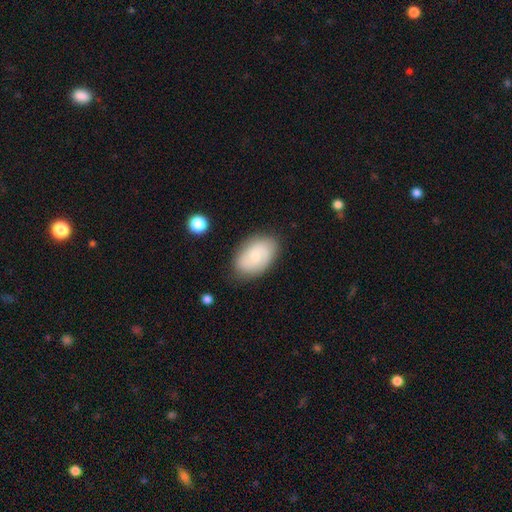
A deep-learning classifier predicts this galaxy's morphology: This appears to be a smooth galaxy with no disk features (57%) that is in between round and cigar-shaped (89%). Merging: none (80%).